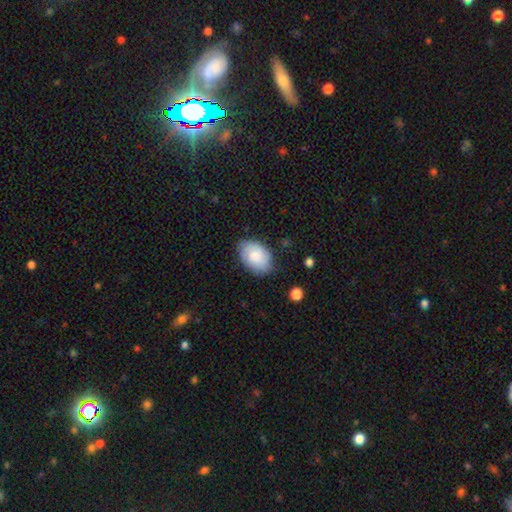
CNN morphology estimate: Overall: smooth (77%). How rounded: in between (87%). Merging: none (76%).